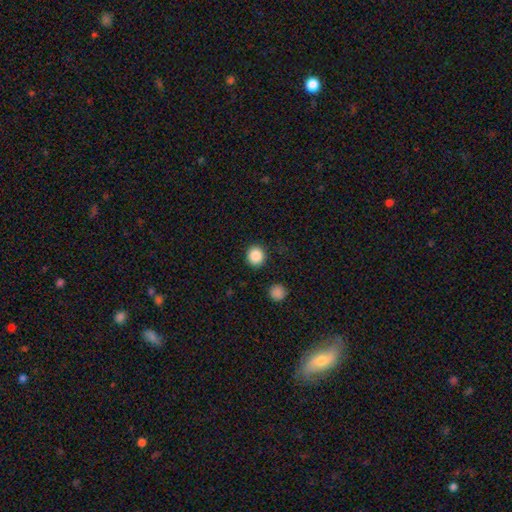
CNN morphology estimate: A smooth galaxy with no disk features (87%) that is round (87%).

Vote fractions:
- Smooth or featured? smooth: 87% / star or artifact: 9% / featured or disk: 3%
- How rounded? round: 87% / in between: 12% / cigar-shaped: 1%
- Merging? none: 89% / minor disturbance: 7% / major disturbance: 3% / merger: 2%